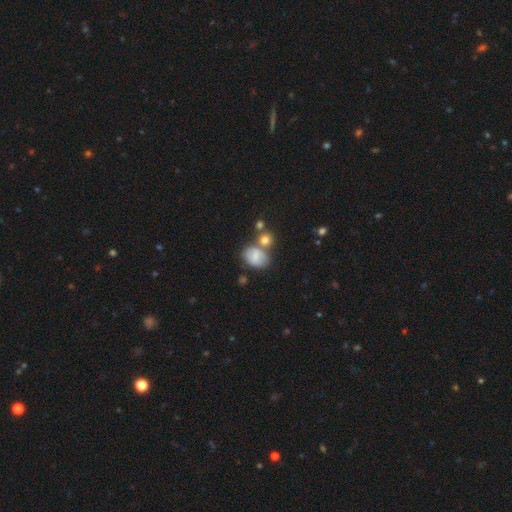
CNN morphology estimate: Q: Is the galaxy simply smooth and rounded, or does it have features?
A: smooth — 67%.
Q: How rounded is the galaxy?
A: in between — 61%.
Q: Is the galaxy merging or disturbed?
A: none — 48%.